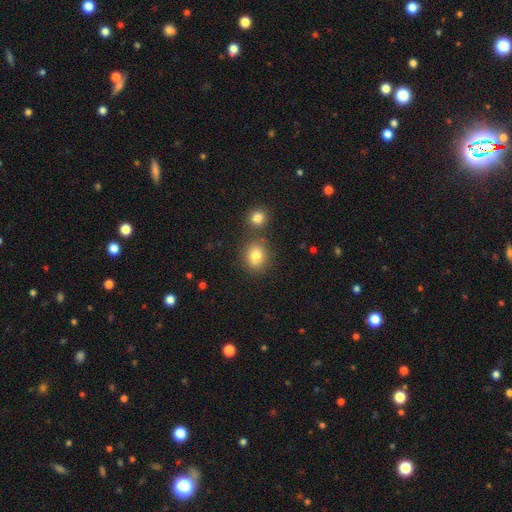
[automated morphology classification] Smooth or featured?
  - smooth: 81% *
  - star or artifact: 11%
  - featured or disk: 8%
How rounded?
  - round: 64% *
  - in between: 35%
  - cigar-shaped: 1%
Merging?
  - none: 72% *
  - merger: 14%
  - minor disturbance: 11%
  - major disturbance: 3%